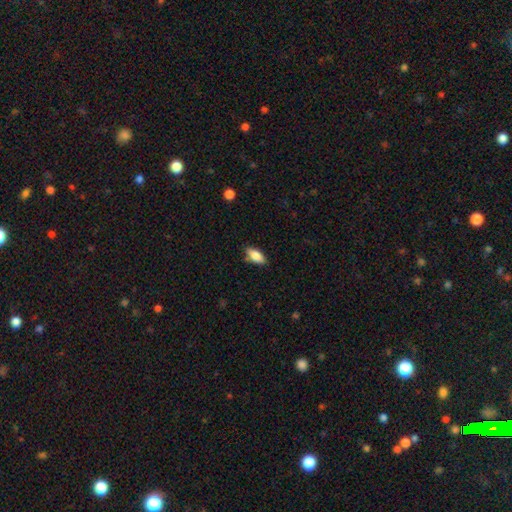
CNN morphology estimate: Smooth or featured: smooth — 82% (featured or disk — 11%)
How rounded: in between — 85% (cigar-shaped — 12%)
Merging: none — 80% (minor disturbance — 15%)